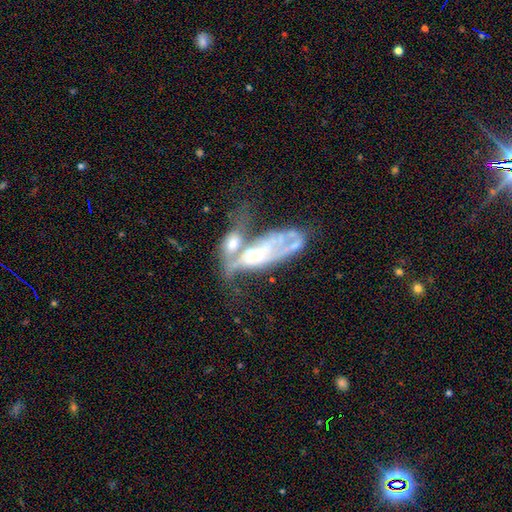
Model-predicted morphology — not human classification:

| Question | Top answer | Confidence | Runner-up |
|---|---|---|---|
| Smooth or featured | featured or disk | 64% | smooth (24%) |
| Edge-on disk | no | 72% | yes (28%) |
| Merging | merger | 59% | major disturbance (16%) |